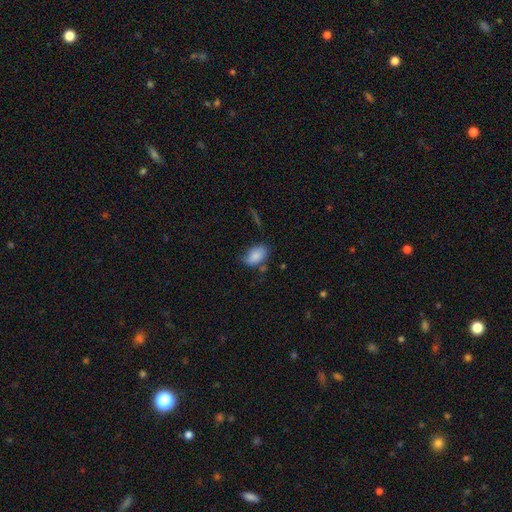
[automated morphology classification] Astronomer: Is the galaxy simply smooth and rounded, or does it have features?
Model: smooth — 85%.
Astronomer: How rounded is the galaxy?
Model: in between — 89%.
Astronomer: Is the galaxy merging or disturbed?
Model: none — 63%.